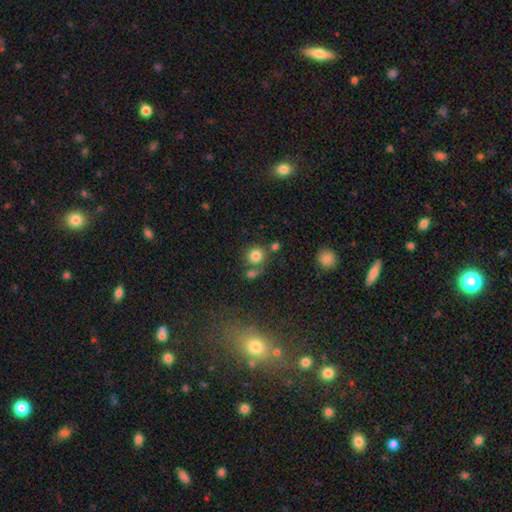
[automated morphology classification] smooth_or_featured: smooth (p=0.80) [alt: star or artifact p=0.12]
how_rounded: round (p=0.89) [alt: in between p=0.10]
merging: none (p=0.66) [alt: merger p=0.19]